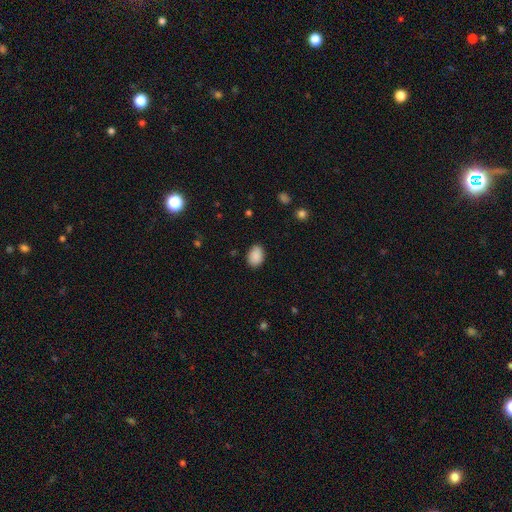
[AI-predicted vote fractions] smooth-or-featured: smooth: 89% | star or artifact: 8% | featured or disk: 3%
  how-rounded: in between: 77% | round: 22% | cigar-shaped: 1%
  merging: none: 83% | minor disturbance: 13% | major disturbance: 3% | merger: 1%